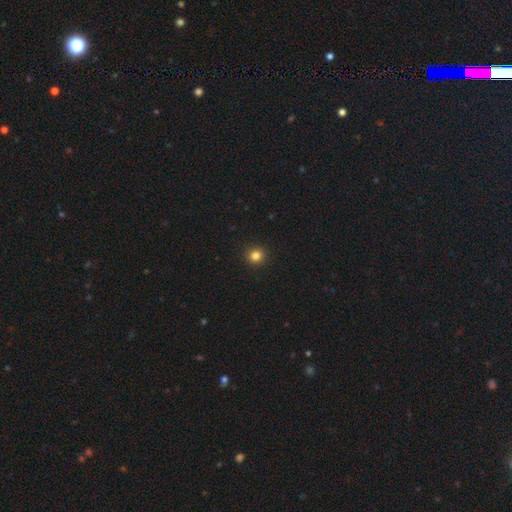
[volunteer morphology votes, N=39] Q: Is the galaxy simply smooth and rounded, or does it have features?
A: smooth — 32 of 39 (82%).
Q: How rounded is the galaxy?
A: round — 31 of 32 (97%).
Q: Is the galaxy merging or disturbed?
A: none — 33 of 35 (94%).